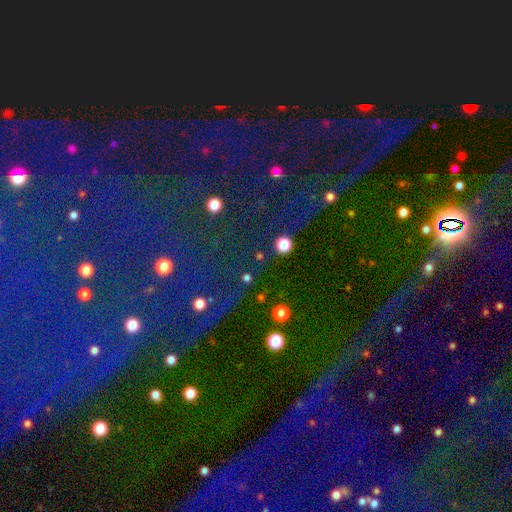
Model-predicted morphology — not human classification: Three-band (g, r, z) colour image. It shows a star or artifact, not a galaxy (84%).